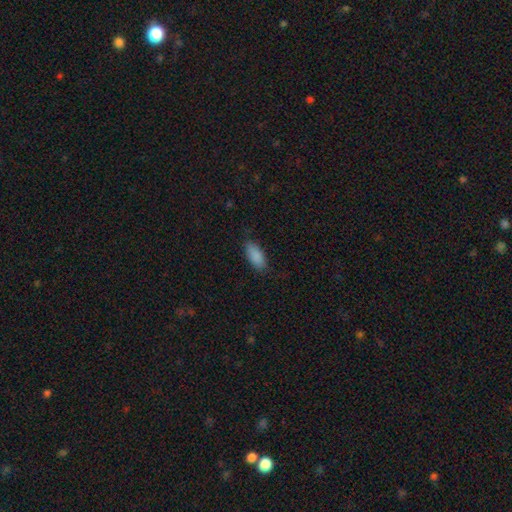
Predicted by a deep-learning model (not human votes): Q: Smooth or featured?
A: smooth (89%); runner-up: star or artifact (6%)
Q: How rounded?
A: in between (86%); runner-up: cigar-shaped (12%)
Q: Merging?
A: none (82%); runner-up: minor disturbance (14%)